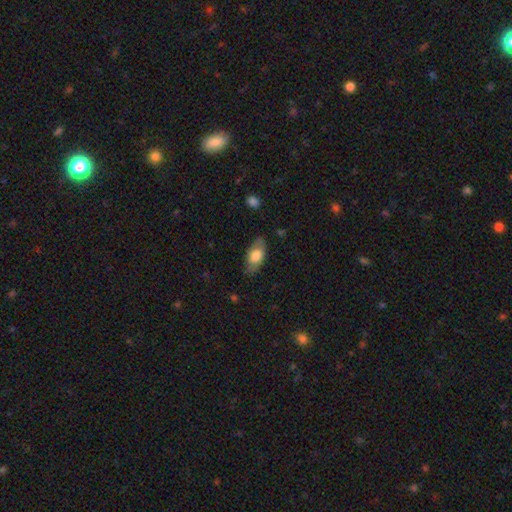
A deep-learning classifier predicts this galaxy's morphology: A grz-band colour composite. It shows a smooth galaxy with no disk features (69%) that is in between round and cigar-shaped (90%). Merging: none (77%).